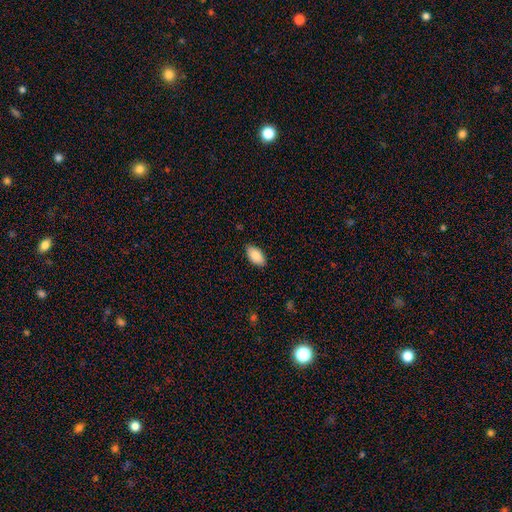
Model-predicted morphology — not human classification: Q: Smooth or featured?
A: smooth (87%); runner-up: featured or disk (7%)
Q: How rounded?
A: in between (94%); runner-up: cigar-shaped (3%)
Q: Merging?
A: none (86%); runner-up: minor disturbance (10%)